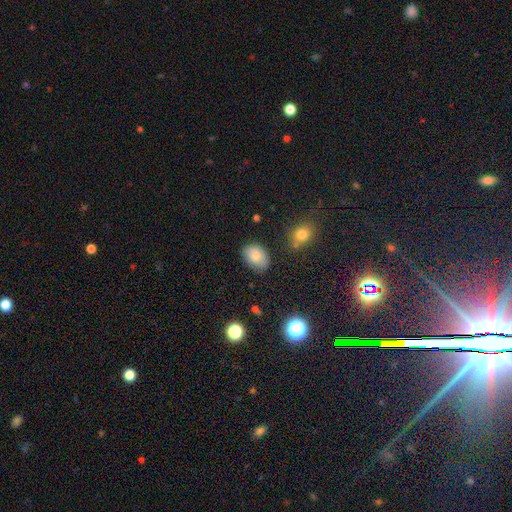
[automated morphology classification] smooth_or_featured: smooth (p=0.81) [alt: featured or disk p=0.10]
how_rounded: in between (p=0.80) [alt: round p=0.19]
merging: none (p=0.74) [alt: minor disturbance p=0.19]